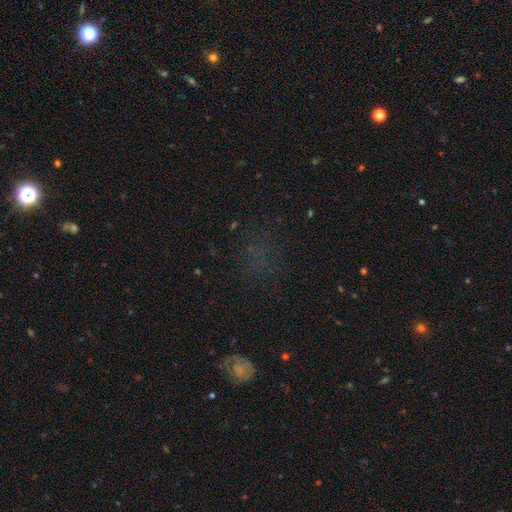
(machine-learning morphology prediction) smooth-or-featured: star or artifact: 49% | smooth: 38% | featured or disk: 12%